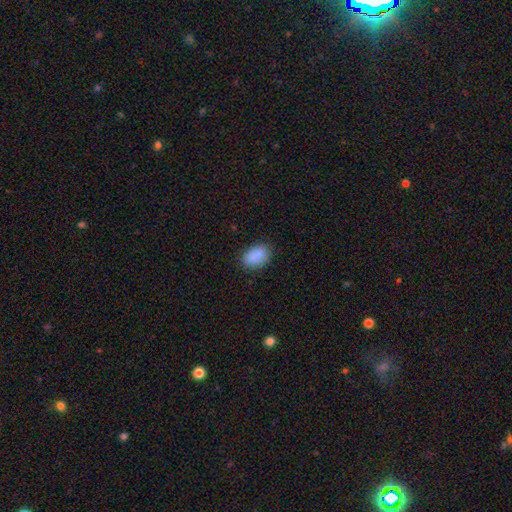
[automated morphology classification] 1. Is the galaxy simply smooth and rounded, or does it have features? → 88% smooth, 8% star or artifact, 4% featured or disk.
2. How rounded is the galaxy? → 87% in between, 11% round, 2% cigar-shaped.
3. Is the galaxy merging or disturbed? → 83% none, 13% minor disturbance, 3% major disturbance, 1% merger.